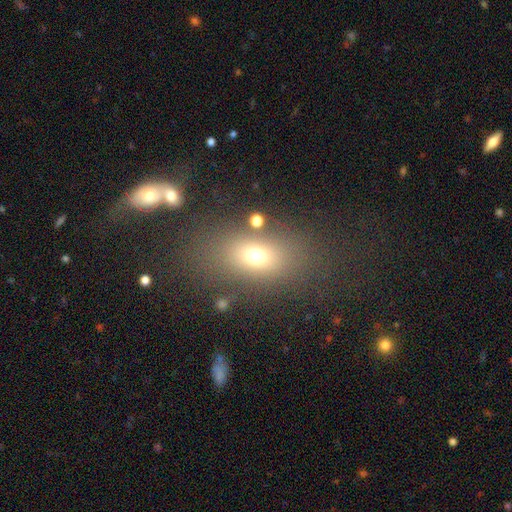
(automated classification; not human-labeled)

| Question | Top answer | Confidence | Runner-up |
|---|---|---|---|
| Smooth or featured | smooth | 69% | star or artifact (16%) |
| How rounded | in between | 73% | round (22%) |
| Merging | none | 72% | minor disturbance (13%) |